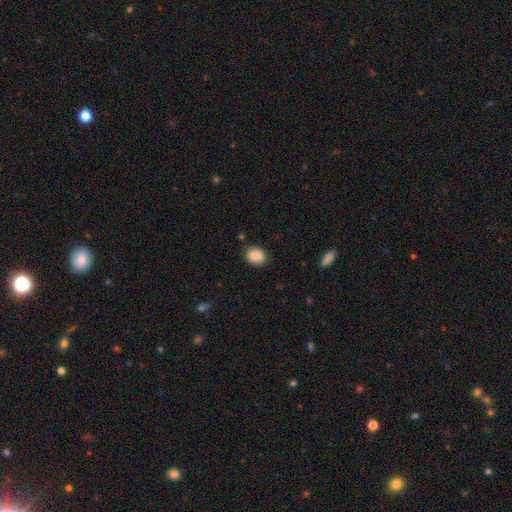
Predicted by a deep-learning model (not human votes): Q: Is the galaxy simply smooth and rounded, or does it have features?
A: smooth — 86%.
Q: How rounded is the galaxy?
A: in between — 56%.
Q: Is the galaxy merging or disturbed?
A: none — 84%.